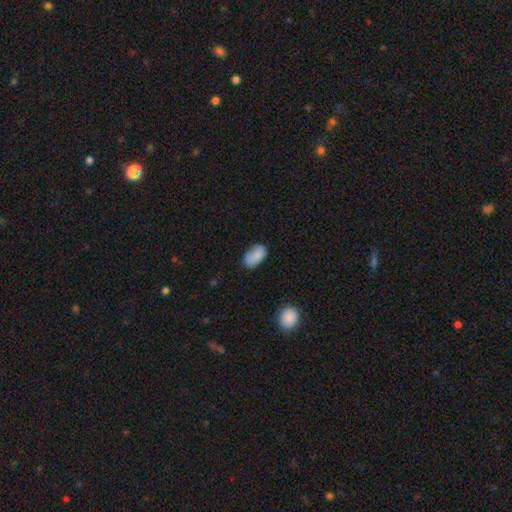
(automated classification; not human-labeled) Morphology: type=smooth (82%); roundness=in between (92%); merging=none (65%).